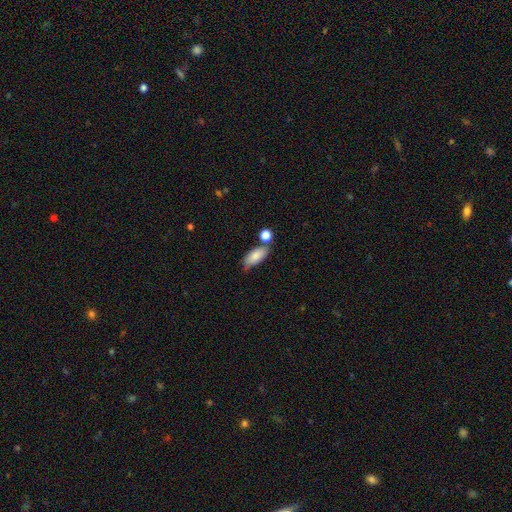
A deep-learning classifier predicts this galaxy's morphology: Q: Smooth or featured?
A: smooth (82%); runner-up: featured or disk (10%)
Q: How rounded?
A: in between (86%); runner-up: cigar-shaped (10%)
Q: Merging?
A: none (55%); runner-up: minor disturbance (22%)